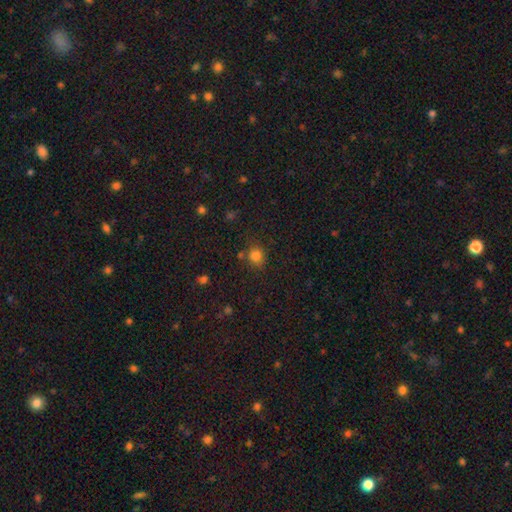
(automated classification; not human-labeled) Smooth or featured: smooth — 81% (star or artifact — 14%)
How rounded: round — 80% (in between — 19%)
Merging: none — 71% (minor disturbance — 15%)